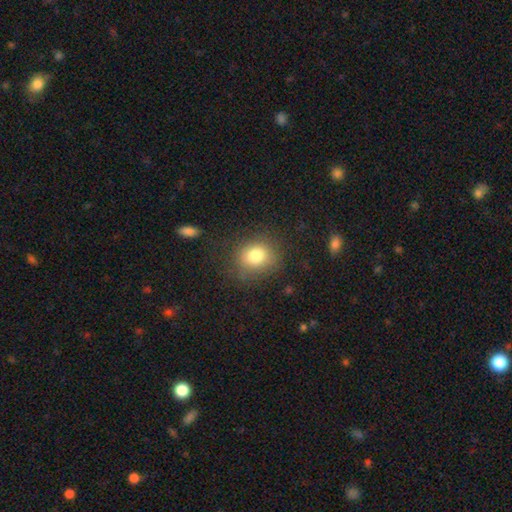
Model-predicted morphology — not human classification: Overall: smooth (79%). How rounded: round (67%; in between 32%). Merging: none (76%).